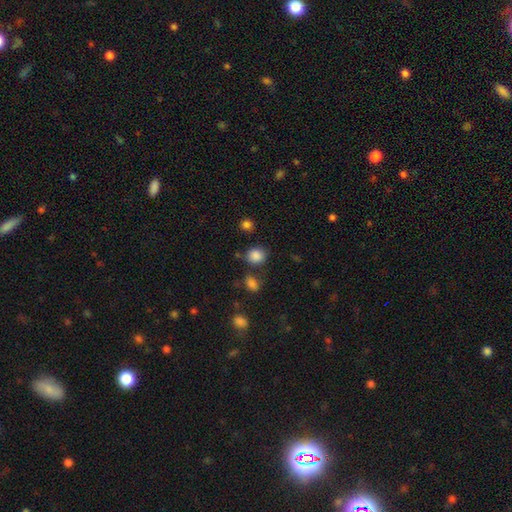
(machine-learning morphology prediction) Smooth or featured?
  - smooth: 85% *
  - star or artifact: 11%
  - featured or disk: 4%
How rounded?
  - round: 70% *
  - in between: 29%
  - cigar-shaped: 1%
Merging?
  - none: 76% *
  - minor disturbance: 12%
  - merger: 8%
  - major disturbance: 4%